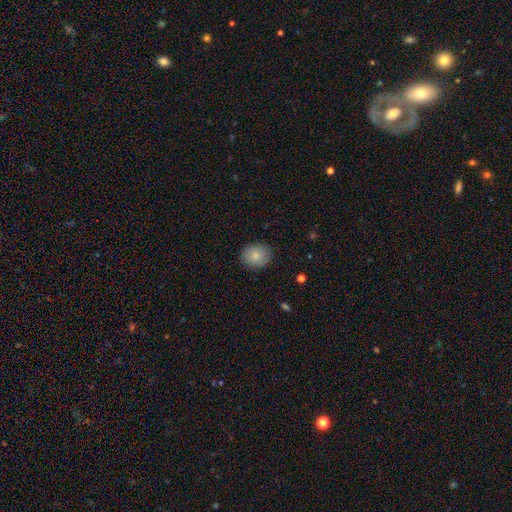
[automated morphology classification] smooth-or-featured: smooth: 82% | featured or disk: 10% | star or artifact: 8%
  how-rounded: round: 64% | in between: 35% | cigar-shaped: 1%
  merging: none: 88% | minor disturbance: 9% | major disturbance: 2% | merger: 1%